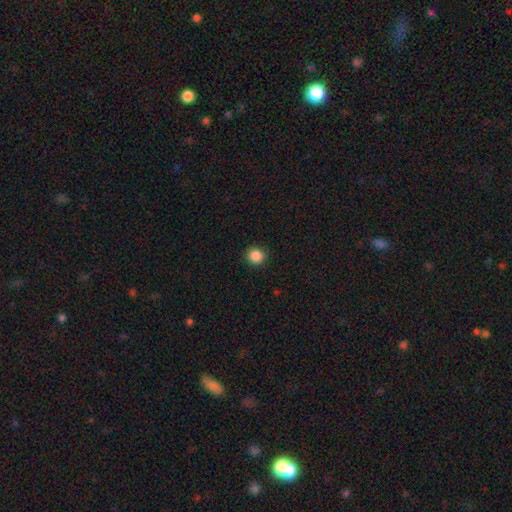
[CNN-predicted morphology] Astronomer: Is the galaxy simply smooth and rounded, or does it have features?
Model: smooth — 87%.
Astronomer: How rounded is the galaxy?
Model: round — 90%.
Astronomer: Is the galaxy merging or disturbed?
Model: none — 91%.